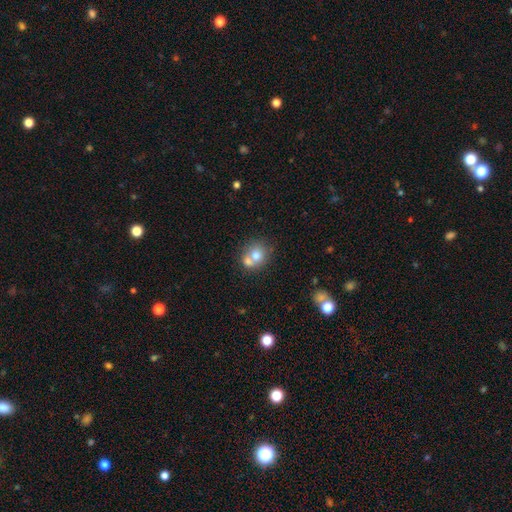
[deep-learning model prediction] Overall: smooth (71%). How rounded: round (76%). Merging: merger (50%; none 38%).